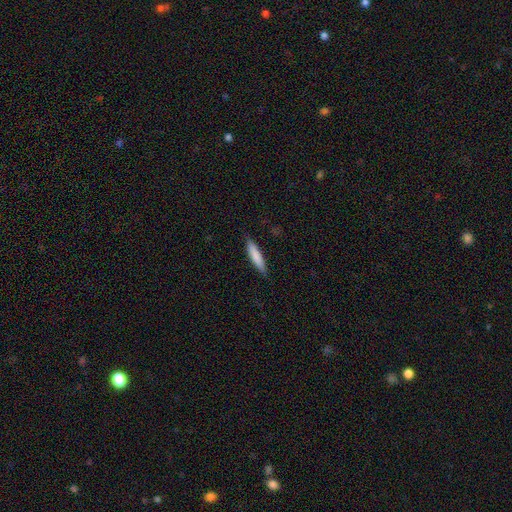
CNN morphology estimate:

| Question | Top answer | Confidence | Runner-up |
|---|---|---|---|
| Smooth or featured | smooth | 81% | featured or disk (14%) |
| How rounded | cigar-shaped | 86% | in between (13%) |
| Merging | none | 86% | minor disturbance (11%) |